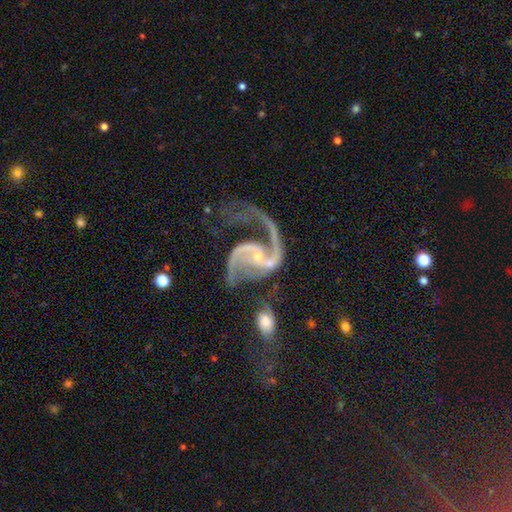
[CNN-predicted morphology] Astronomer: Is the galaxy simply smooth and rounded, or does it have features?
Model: featured or disk — 93%.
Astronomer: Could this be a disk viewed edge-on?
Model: no — 98%.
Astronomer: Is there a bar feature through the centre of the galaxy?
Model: no — 47% (runner-up: weak, 36%).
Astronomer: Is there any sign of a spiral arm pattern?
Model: yes — 98%.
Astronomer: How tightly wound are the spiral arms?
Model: medium — 46% (runner-up: loose, 44%).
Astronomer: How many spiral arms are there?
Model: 2 — 87%.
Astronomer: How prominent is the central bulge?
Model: small — 75%.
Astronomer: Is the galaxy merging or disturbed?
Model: none — 35% (runner-up: major disturbance, 31%).